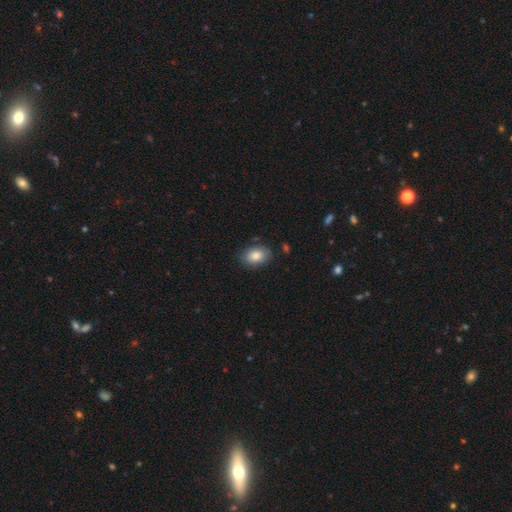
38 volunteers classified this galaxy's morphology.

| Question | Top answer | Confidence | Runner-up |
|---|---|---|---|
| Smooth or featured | smooth | 87% | featured or disk (11%) |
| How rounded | in between | 85% | round (15%) |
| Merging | none | 86% | minor disturbance (8%) |